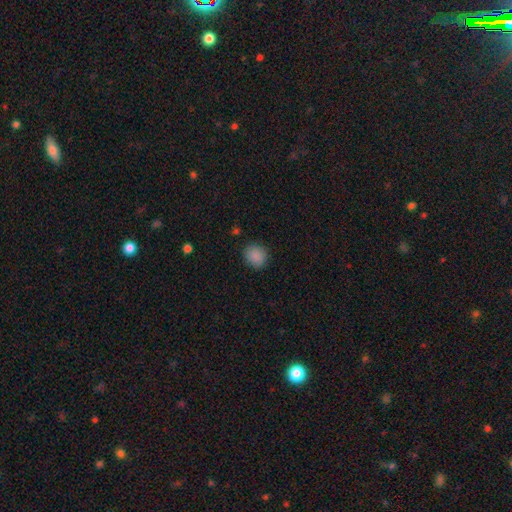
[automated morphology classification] Q: Smooth or featured?
A: smooth (87%); runner-up: star or artifact (10%)
Q: How rounded?
A: round (78%); runner-up: in between (21%)
Q: Merging?
A: none (87%); runner-up: minor disturbance (9%)